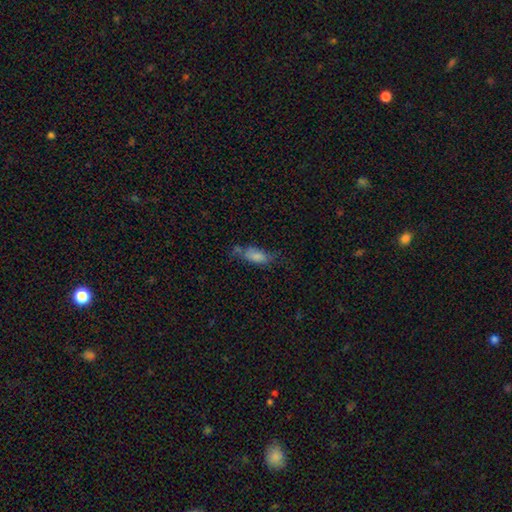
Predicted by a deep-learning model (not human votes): Smooth or featured?
  - smooth: 75% *
  - featured or disk: 15%
  - star or artifact: 10%
How rounded?
  - in between: 77% *
  - cigar-shaped: 20%
  - round: 3%
Merging?
  - none: 40% *
  - minor disturbance: 31%
  - major disturbance: 19%
  - merger: 10%